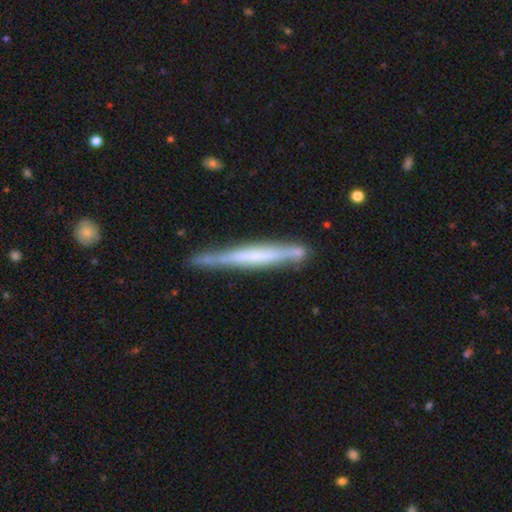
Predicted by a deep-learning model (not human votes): featured or disk 62%, smooth 33%, star or artifact 6%. Down the decision tree: edge-on disk — yes (94%); edge-on bulge — none (60%); merging — none (77%).